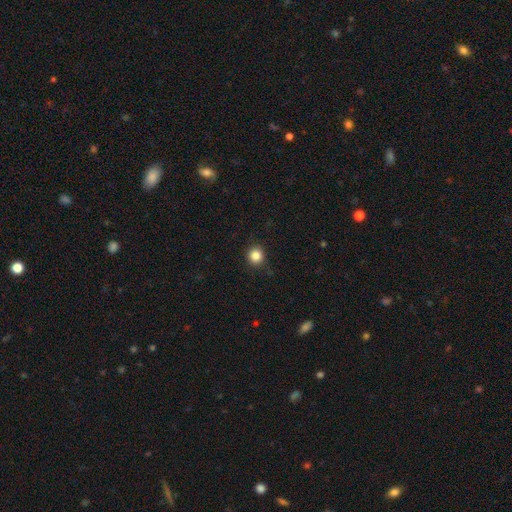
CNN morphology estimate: smooth 84%, star or artifact 11%, featured or disk 4%. Down the decision tree: how rounded — round (93%); merging — none (90%).